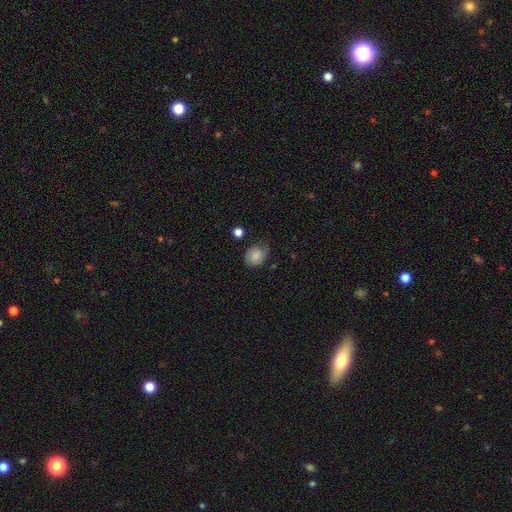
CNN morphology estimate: Smooth or featured?
  - smooth: 67% *
  - featured or disk: 24%
  - star or artifact: 9%
How rounded?
  - round: 50% *
  - in between: 49%
  - cigar-shaped: 1%
Merging?
  - none: 60% *
  - minor disturbance: 29%
  - major disturbance: 9%
  - merger: 2%